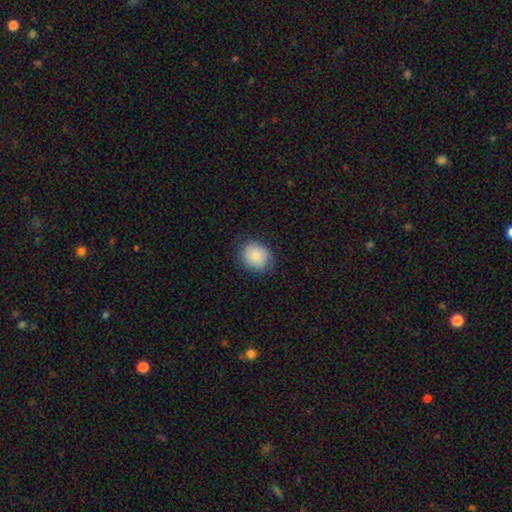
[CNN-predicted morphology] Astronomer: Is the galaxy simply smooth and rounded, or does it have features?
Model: smooth — 84%.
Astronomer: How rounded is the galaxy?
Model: round — 67%.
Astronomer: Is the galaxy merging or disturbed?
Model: none — 79%.